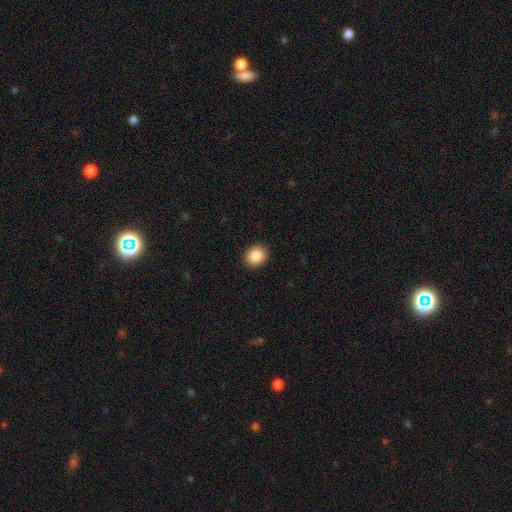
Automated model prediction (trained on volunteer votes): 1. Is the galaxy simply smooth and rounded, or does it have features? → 87% smooth, 9% star or artifact, 5% featured or disk.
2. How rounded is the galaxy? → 75% round, 24% in between, 1% cigar-shaped.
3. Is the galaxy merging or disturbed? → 92% none, 5% minor disturbance, 2% major disturbance, 1% merger.